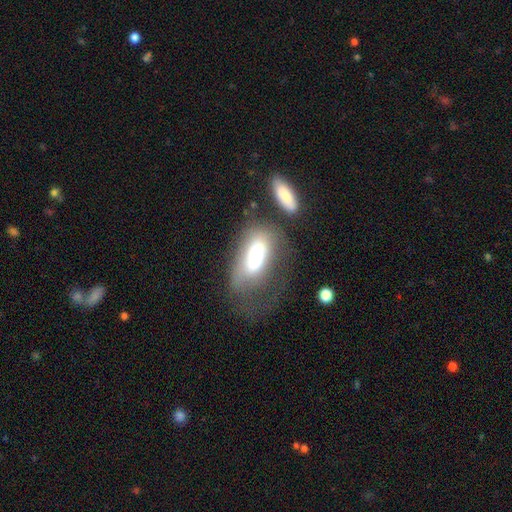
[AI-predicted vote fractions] This is possibly a smooth galaxy (56%). How rounded: clearly in between (87%). Merging: marginally major disturbance (33%).